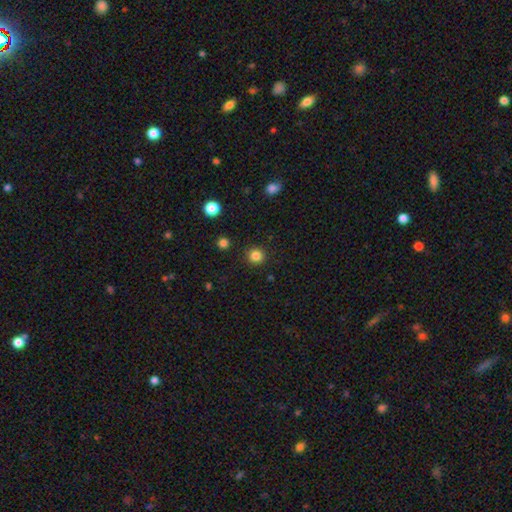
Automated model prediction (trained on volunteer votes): The model was most divided on "smooth or featured": smooth: 84%, star or artifact: 12%, featured or disk: 3%. More confident: how rounded — round (93%); merging — none (91%).